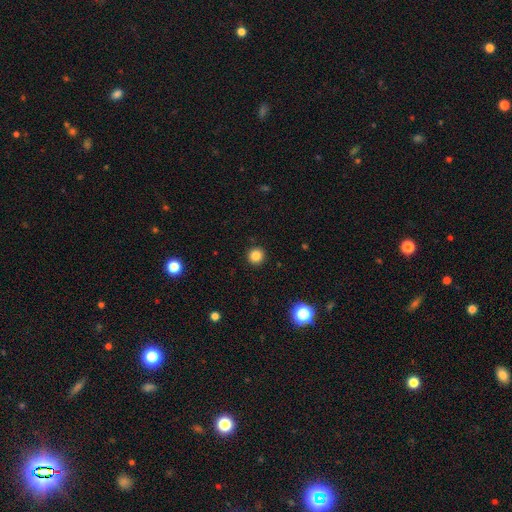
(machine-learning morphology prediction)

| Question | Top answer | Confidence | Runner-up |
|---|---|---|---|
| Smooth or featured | smooth | 84% | star or artifact (12%) |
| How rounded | round | 95% | in between (4%) |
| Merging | none | 93% | minor disturbance (4%) |